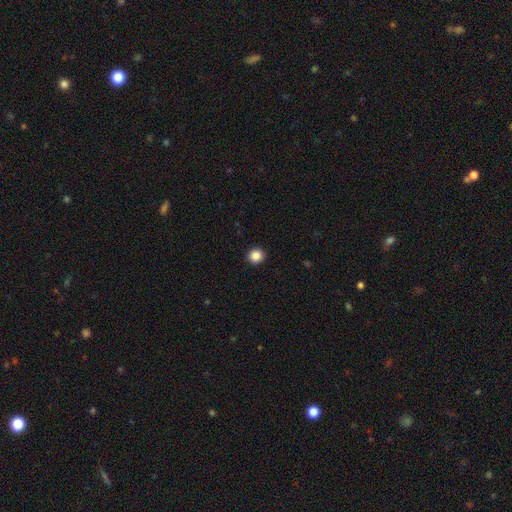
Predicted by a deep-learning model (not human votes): Smooth or featured? Predicted: smooth (p=0.87). How rounded? Predicted: round (p=0.92). Merging? Predicted: none (p=0.93).